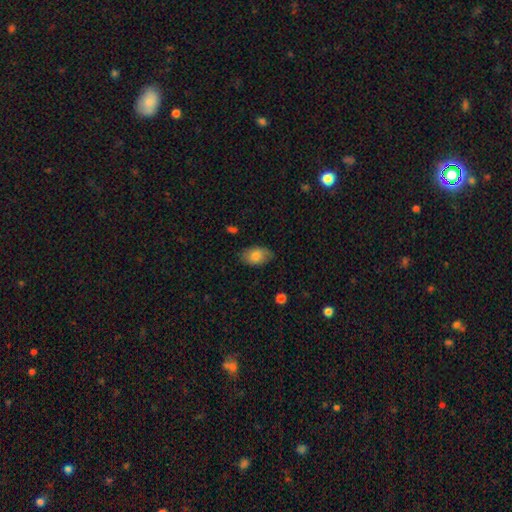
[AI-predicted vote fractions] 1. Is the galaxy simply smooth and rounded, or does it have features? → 81% smooth, 12% featured or disk, 7% star or artifact.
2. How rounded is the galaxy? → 91% in between, 8% round, 1% cigar-shaped.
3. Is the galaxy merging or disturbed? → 75% none, 20% minor disturbance, 4% major disturbance, 1% merger.